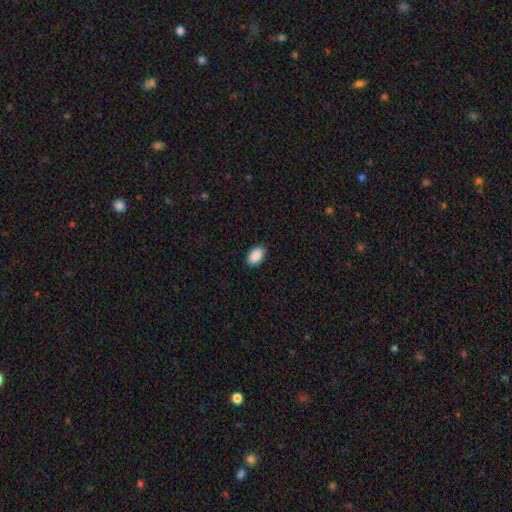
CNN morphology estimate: The model was most divided on "merging": none: 87%, minor disturbance: 10%, major disturbance: 2%, merger: 1%. More confident: how rounded — in between (93%); smooth or featured — smooth (90%).